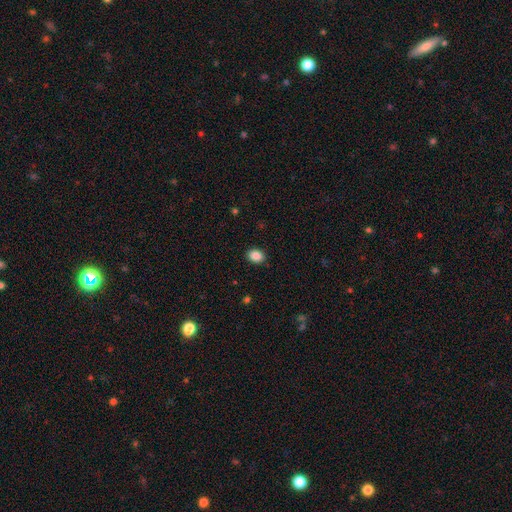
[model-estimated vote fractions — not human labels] The model was most divided on "how rounded": in between: 59%, round: 40%, cigar-shaped: 1%. More confident: merging — none (90%); smooth or featured — smooth (88%).